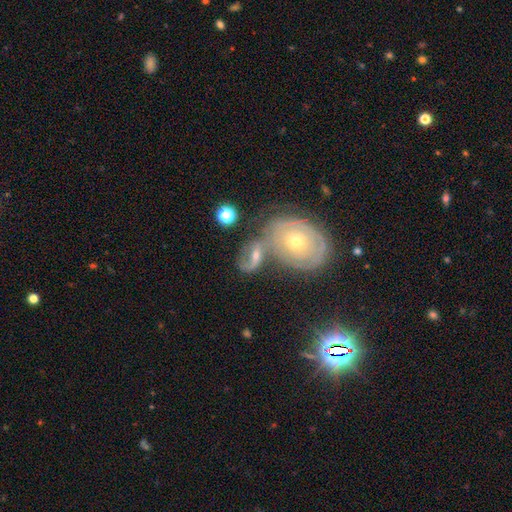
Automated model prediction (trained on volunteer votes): featured or disk 69%, smooth 23%, star or artifact 9%. Down the decision tree: edge-on disk — no (96%); bar — no (54%); spiral arms — yes (82%); spiral arm count — 2 (71%); spiral winding — medium (38%); bulge size — small (50%); merging — merger (53%).